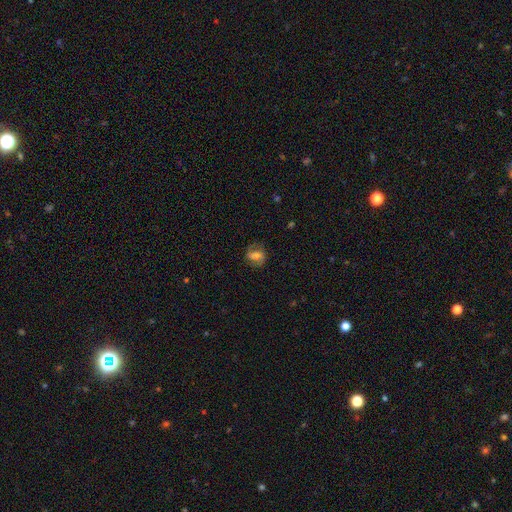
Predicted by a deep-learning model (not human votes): Morphology: type=smooth (47%); merging=none (72%).